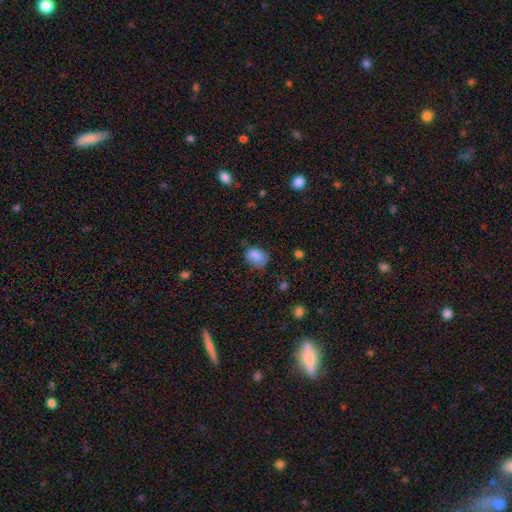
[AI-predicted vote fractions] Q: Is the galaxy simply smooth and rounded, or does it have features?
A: smooth — 80%.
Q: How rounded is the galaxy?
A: in between — 65%.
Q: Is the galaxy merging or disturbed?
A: none — 53%.